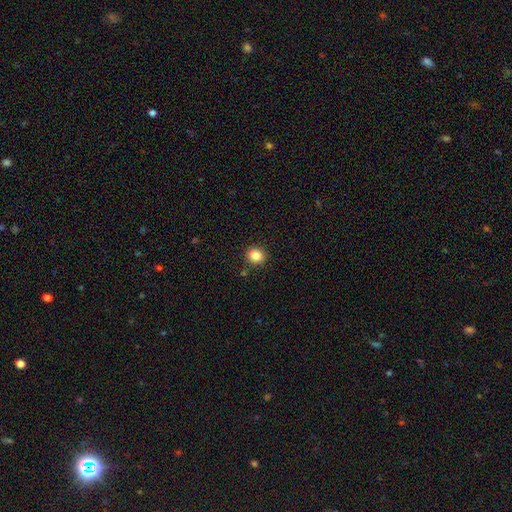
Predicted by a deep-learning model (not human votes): A smooth galaxy with no disk features (85%) that is round (76%). Merging: none (89%).